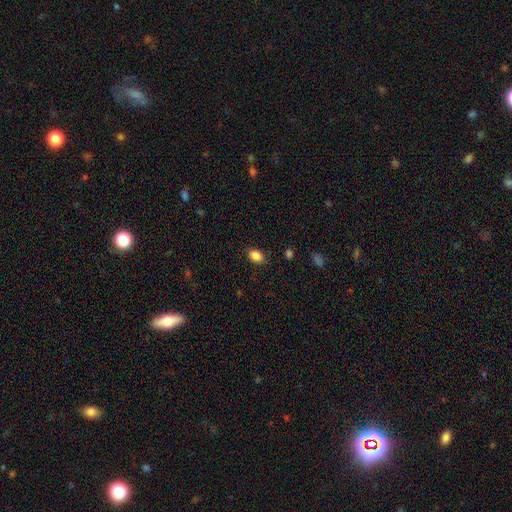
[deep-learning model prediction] smooth 87%, star or artifact 9%, featured or disk 5%. Down the decision tree: how rounded — in between (82%); merging — none (85%).